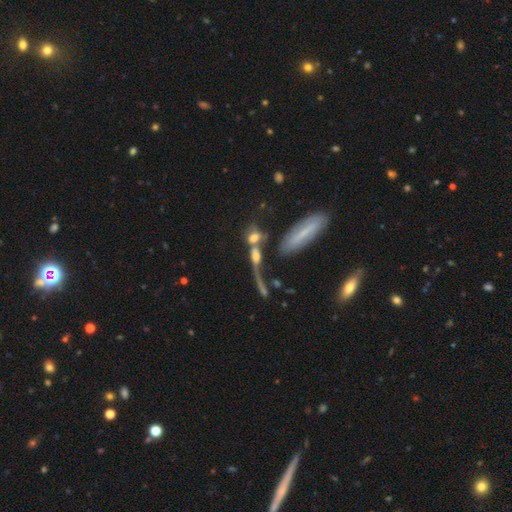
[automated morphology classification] Q: Smooth or featured?
A: smooth (45%); runner-up: featured or disk (41%)
Q: Merging?
A: merger (48%); runner-up: none (26%)